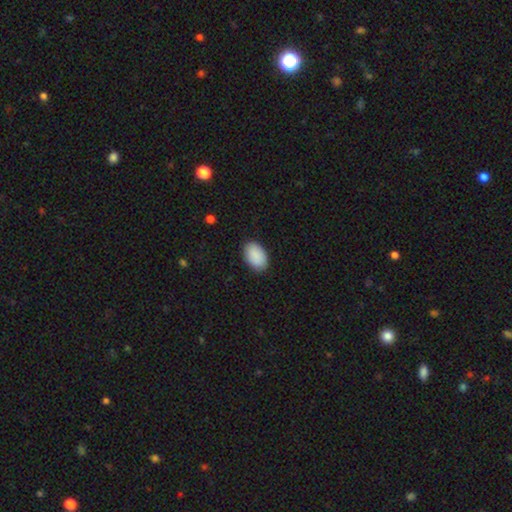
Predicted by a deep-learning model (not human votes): Smooth or featured: smooth — 91% (star or artifact — 6%)
How rounded: in between — 92% (round — 7%)
Merging: none — 88% (minor disturbance — 9%)